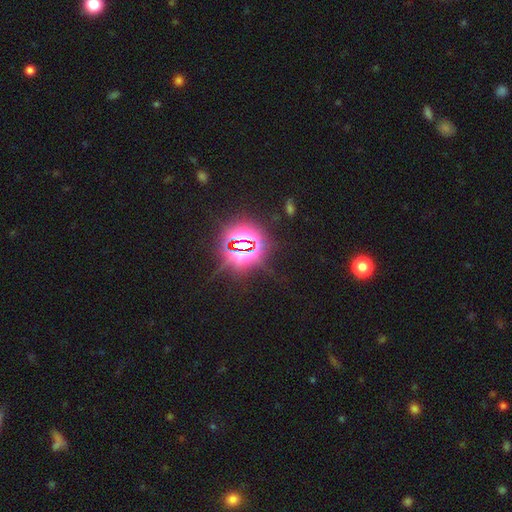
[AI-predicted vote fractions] Overall: star or artifact (82%).